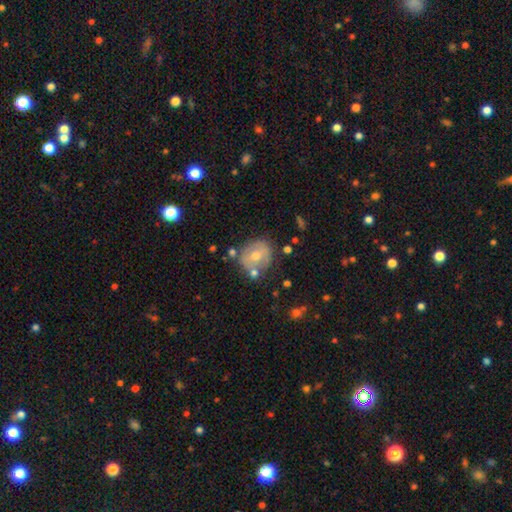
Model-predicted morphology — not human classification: Smooth or featured? smooth (45%)
Merging? none (67%)